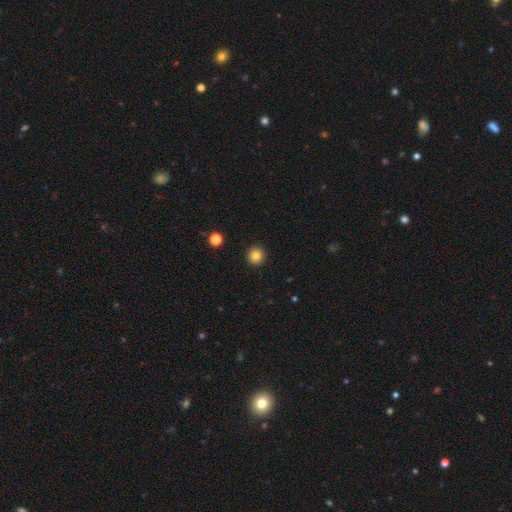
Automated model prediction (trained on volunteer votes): Smooth or featured? smooth (84%)
How rounded? round (93%)
Merging? none (93%)